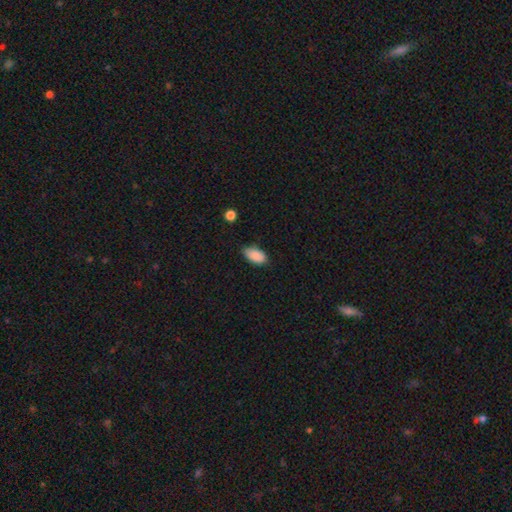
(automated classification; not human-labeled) smooth-or-featured: smooth: 88% | star or artifact: 8% | featured or disk: 4%
  how-rounded: in between: 93% | round: 4% | cigar-shaped: 3%
  merging: none: 74% | minor disturbance: 22% | major disturbance: 3% | merger: 2%